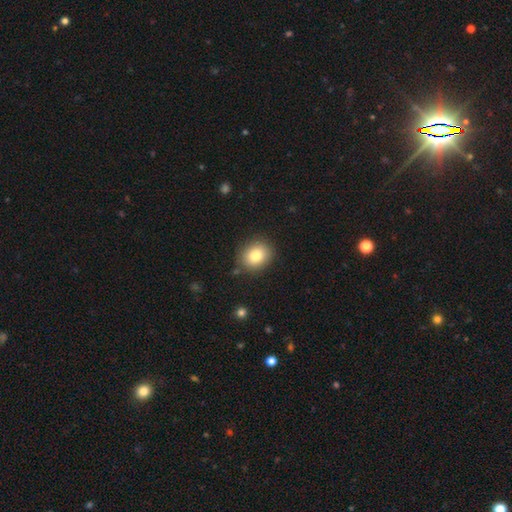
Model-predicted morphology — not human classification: smooth 83%, star or artifact 10%, featured or disk 8%. Down the decision tree: how rounded — round (60%); merging — none (86%).